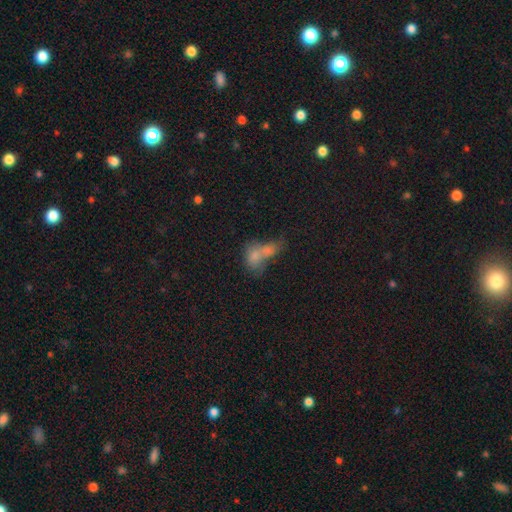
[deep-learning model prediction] smooth-or-featured: smooth: 69% | featured or disk: 20% | star or artifact: 12%
  how-rounded: in between: 78% | round: 17% | cigar-shaped: 5%
  merging: merger: 68% | none: 14% | major disturbance: 10% | minor disturbance: 8%